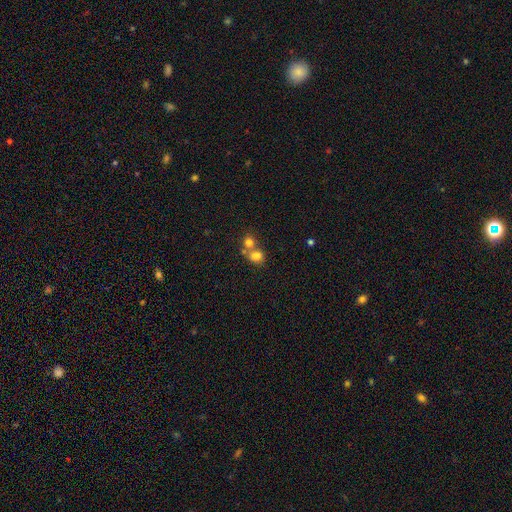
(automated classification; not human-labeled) Smooth or featured?
  - smooth: 76% *
  - star or artifact: 13%
  - featured or disk: 12%
How rounded?
  - round: 53% *
  - in between: 45%
  - cigar-shaped: 1%
Merging?
  - merger: 57% *
  - none: 31%
  - minor disturbance: 7%
  - major disturbance: 4%